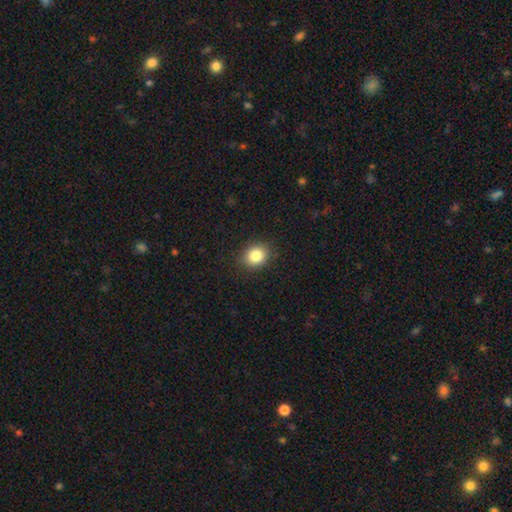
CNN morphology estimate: A smooth galaxy with no disk features (84%) that is round (65%).

Vote fractions:
- Smooth or featured? smooth: 84% / star or artifact: 11% / featured or disk: 6%
- How rounded? round: 65% / in between: 34% / cigar-shaped: 1%
- Merging? none: 89% / minor disturbance: 8% / major disturbance: 2% / merger: 1%